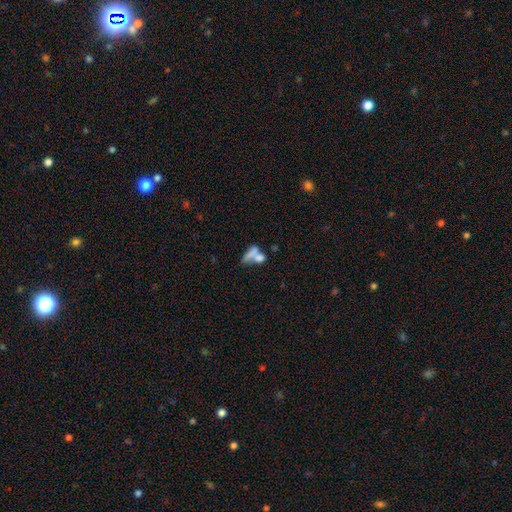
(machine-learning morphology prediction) This is likely a smooth galaxy (64%). How rounded: likely in between (62%). Merging: possibly merger (53%).